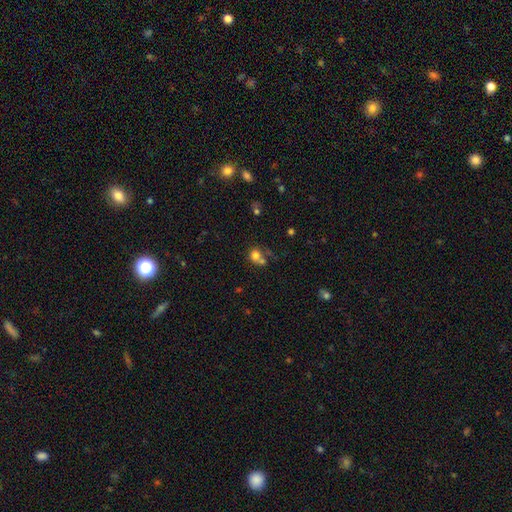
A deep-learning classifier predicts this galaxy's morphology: Q: Smooth or featured?
A: smooth (75%); runner-up: star or artifact (13%)
Q: How rounded?
A: round (78%); runner-up: in between (21%)
Q: Merging?
A: none (41%); tied with: merger (41%)